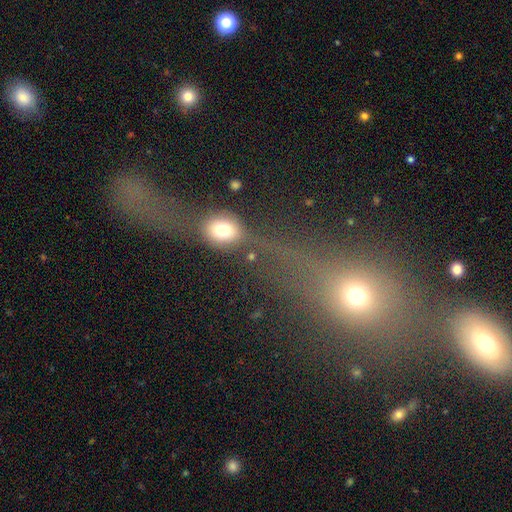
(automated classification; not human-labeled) smooth-or-featured: smooth: 50% | featured or disk: 33% | star or artifact: 17%
  merging: none: 41% | merger: 27% | major disturbance: 18% | minor disturbance: 14%